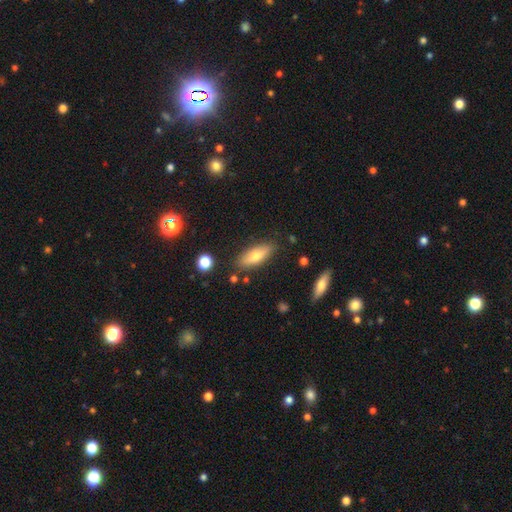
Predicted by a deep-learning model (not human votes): Overall: smooth (67%). How rounded: in between (63%; cigar-shaped 35%). Merging: none (83%).